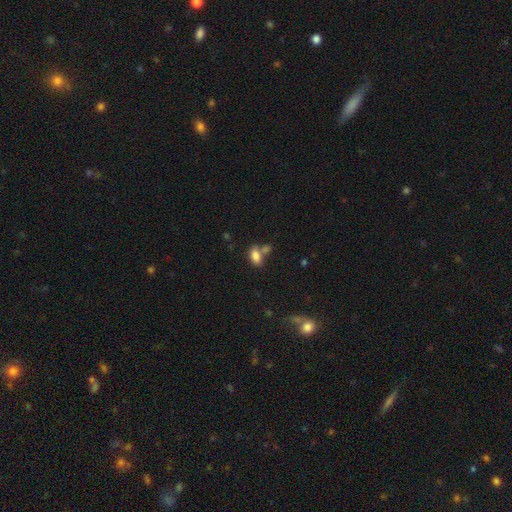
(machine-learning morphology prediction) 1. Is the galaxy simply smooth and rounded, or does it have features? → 81% smooth, 10% star or artifact, 9% featured or disk.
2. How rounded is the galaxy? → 89% in between, 7% round, 3% cigar-shaped.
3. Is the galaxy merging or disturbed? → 45% none, 35% merger, 14% minor disturbance, 6% major disturbance.